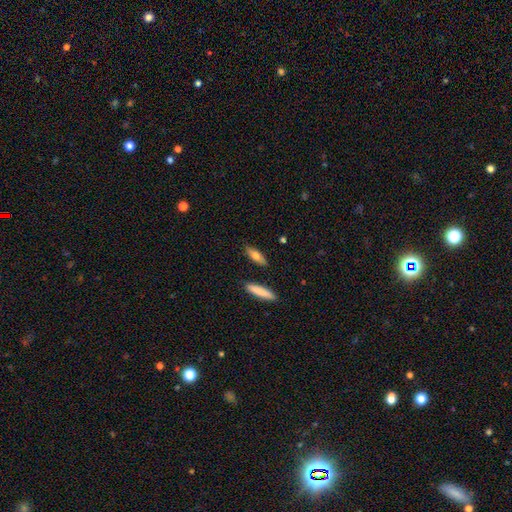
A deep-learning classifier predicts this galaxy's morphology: A smooth galaxy with no disk features (72%) that is cigar-shaped (58%). Merging: none (86%).